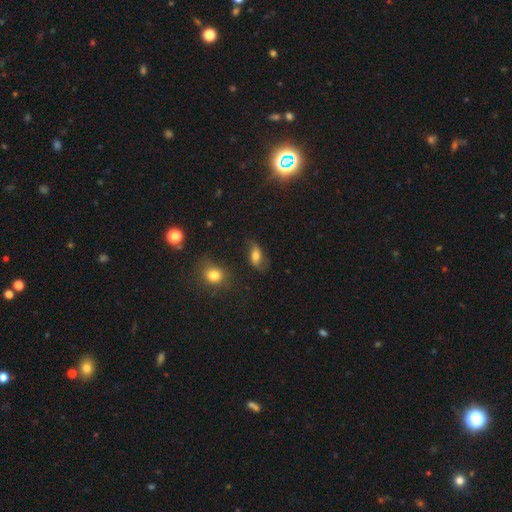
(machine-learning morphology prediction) This appears to be a smooth galaxy with no disk features (57%) that is in between round and cigar-shaped (85%). Merging: none (61%).